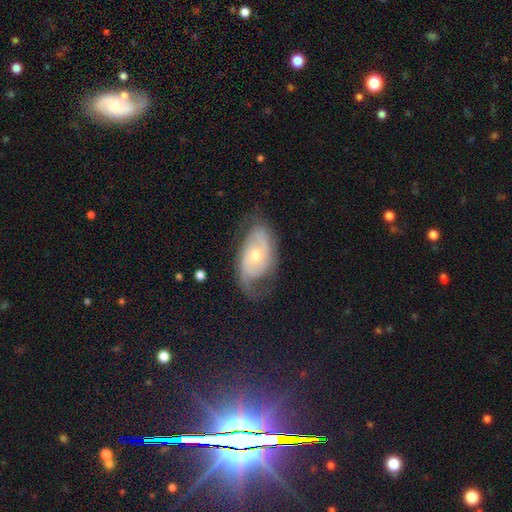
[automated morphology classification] Overall: featured or disk (77%). Edge-on disk: no (95%). Bar: no (70%). Spiral arms: yes (90%). Spiral arm count: 2 (66%). Spiral winding: tight (41%; medium 38%). Bulge size: moderate (58%; small 37%). Merging: none (60%; minor disturbance 24%).